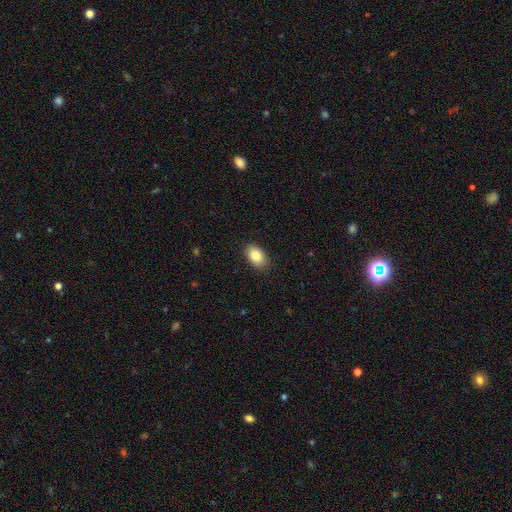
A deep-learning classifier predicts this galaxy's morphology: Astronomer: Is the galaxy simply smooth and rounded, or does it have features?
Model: smooth — 86%.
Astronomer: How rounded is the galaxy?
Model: in between — 90%.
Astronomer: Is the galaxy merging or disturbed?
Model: none — 87%.